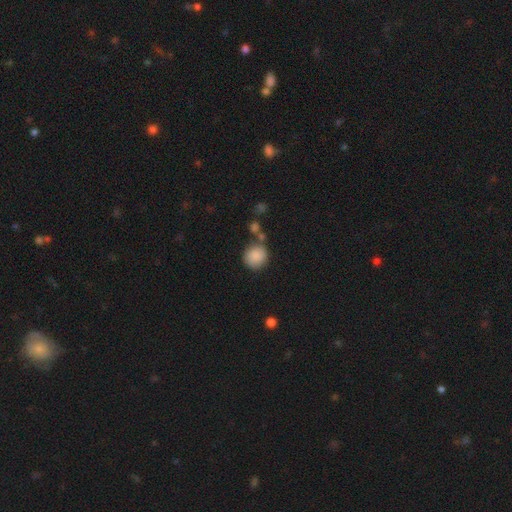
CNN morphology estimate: This is clearly a smooth galaxy (87%). How rounded: clearly round (90%). Merging: likely none (71%).